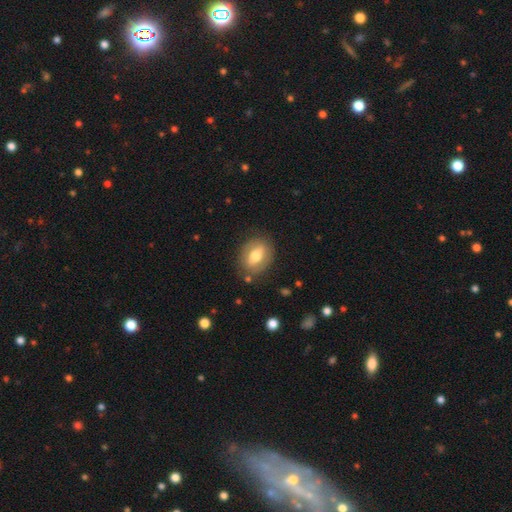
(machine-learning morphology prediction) The model was most divided on "smooth or featured": smooth: 60%, featured or disk: 33%, star or artifact: 7%. More confident: merging — none (81%); how rounded — in between (71%).